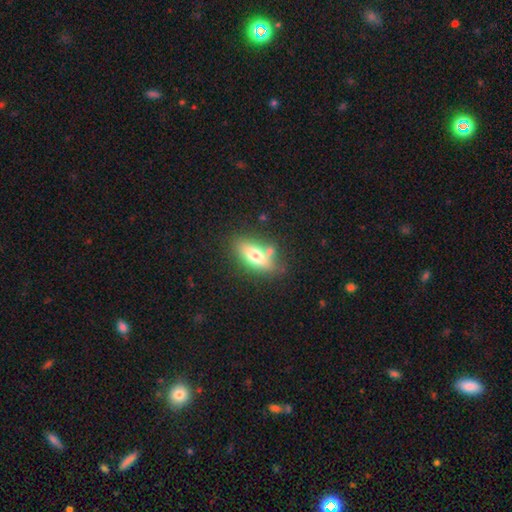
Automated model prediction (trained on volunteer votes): Smooth or featured? Predicted: smooth (p=0.65). How rounded? Predicted: in between (p=0.76). Merging? Predicted: none (p=0.65).